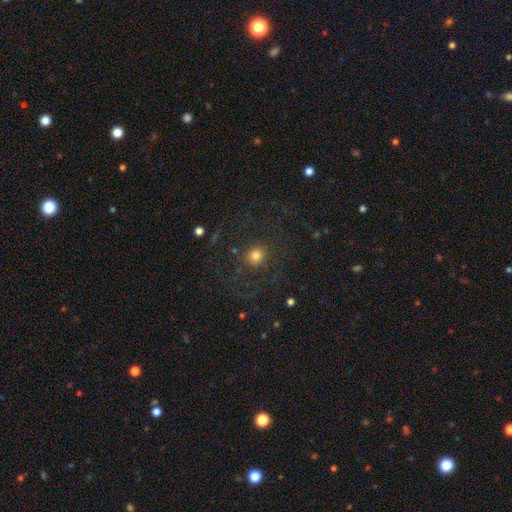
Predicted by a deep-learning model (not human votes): Morphology: type=smooth (67%); roundness=round (86%); merging=none (75%).